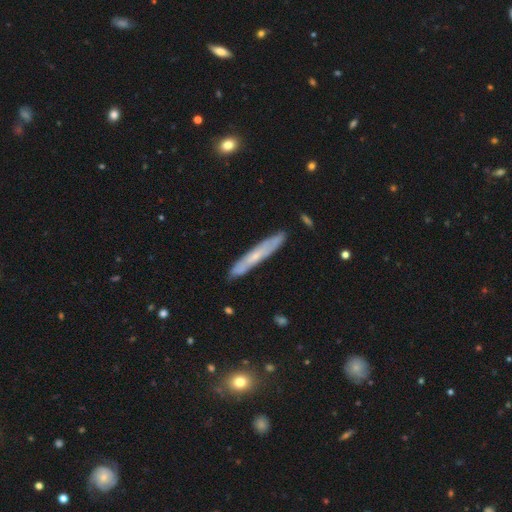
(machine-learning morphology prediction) Smooth or featured? featured or disk (54%)
Edge-on disk? yes (79%)
Merging? none (85%)